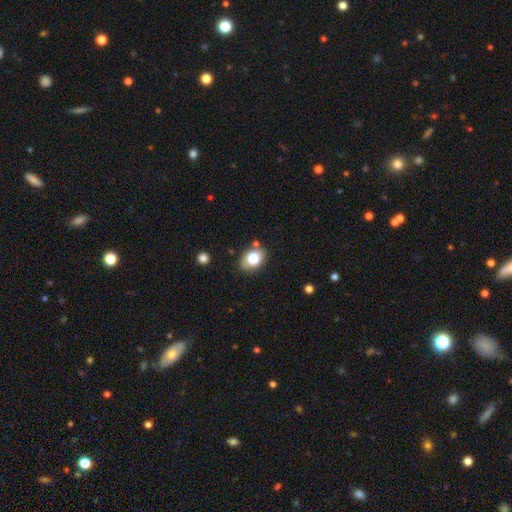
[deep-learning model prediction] Smooth or featured? smooth (76%)
How rounded? in between (67%)
Merging? none (77%)